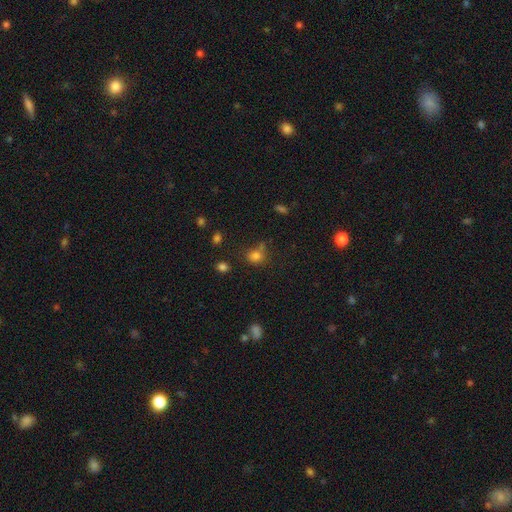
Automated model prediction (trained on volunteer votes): The model was most divided on "how rounded": round: 68%, in between: 31%, cigar-shaped: 1%. More confident: smooth or featured — smooth (77%); merging — none (61%).